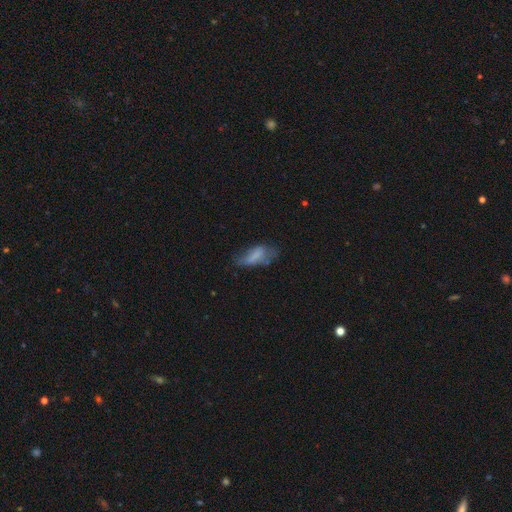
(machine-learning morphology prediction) smooth 63%, featured or disk 27%, star or artifact 10%. Down the decision tree: how rounded — in between (75%); merging — none (38%).